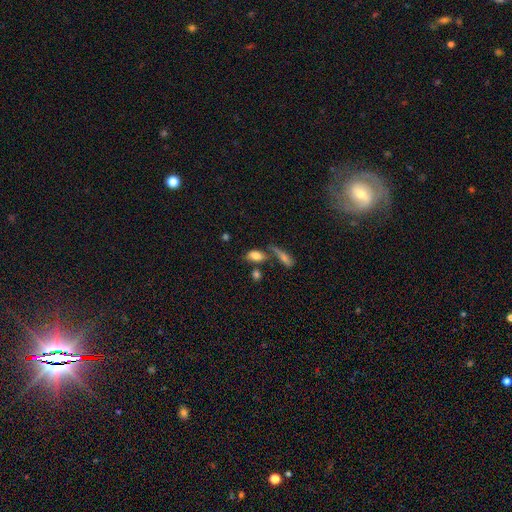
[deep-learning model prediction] Smooth or featured?
  - smooth: 78% *
  - featured or disk: 13%
  - star or artifact: 9%
How rounded?
  - in between: 88% *
  - round: 6%
  - cigar-shaped: 6%
Merging?
  - none: 43% *
  - merger: 33%
  - minor disturbance: 14%
  - major disturbance: 10%